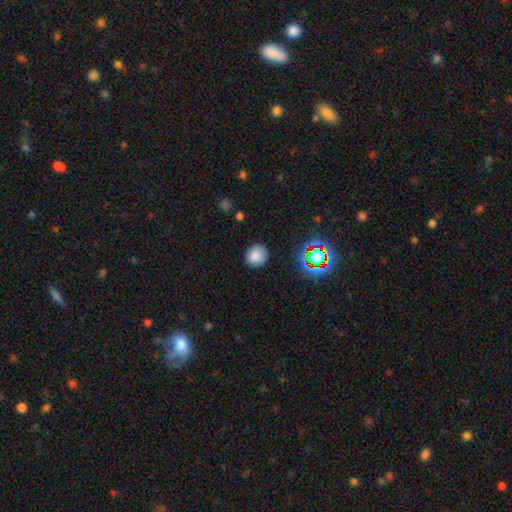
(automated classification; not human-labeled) Smooth or featured? Predicted: smooth (p=0.81). How rounded? Predicted: round (p=0.86). Merging? Predicted: none (p=0.87).